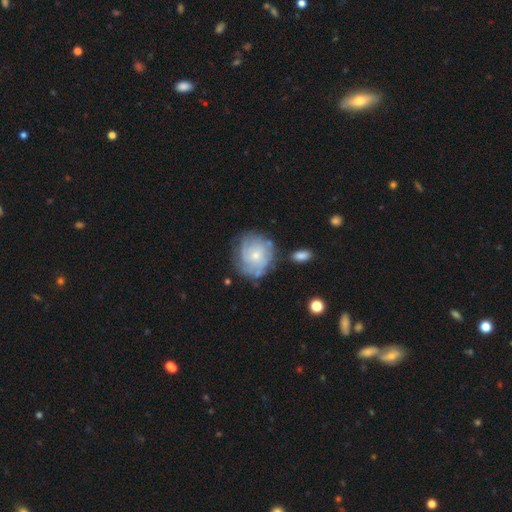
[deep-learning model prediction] A featured or disk galaxy (61%) with no bar (81%), spiral arms (77%) and a small central bulge (66%).

Vote fractions:
- Smooth or featured? featured or disk: 61% / smooth: 32% / star or artifact: 7%
- Edge-on disk? no: 97% / yes: 3%
- Bar? no: 81% / weak: 17% / strong: 2%
- Spiral arms? yes: 77% / no: 23%
- Bulge size? small: 66% / moderate: 29% / none: 2% / large: 2% / dominant: 1%
- Merging? none: 62% / minor disturbance: 23% / major disturbance: 10% / merger: 5%